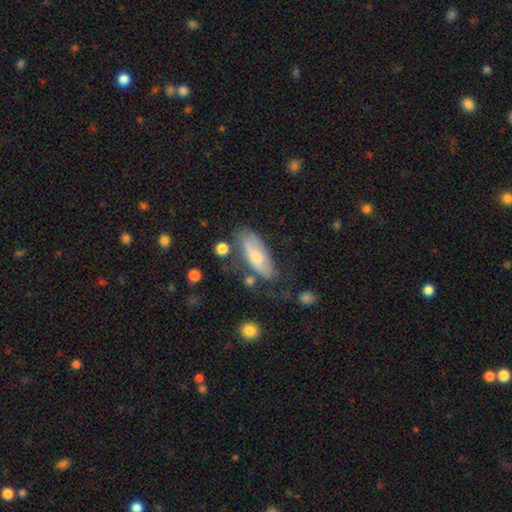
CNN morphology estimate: type=smooth (55%); roundness=in between (74%); merging=none (52%).